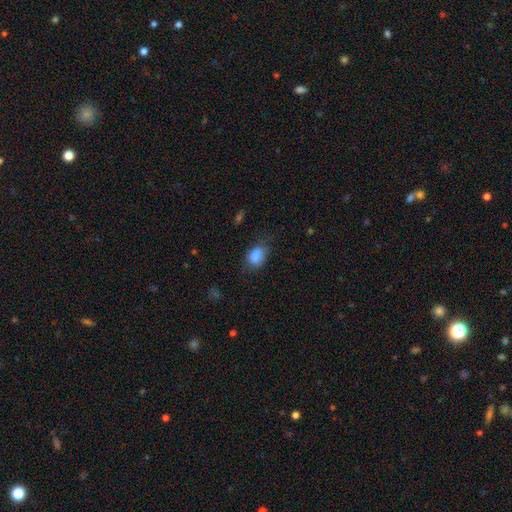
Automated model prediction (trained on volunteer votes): Smooth or featured: smooth — 82% (featured or disk — 9%)
How rounded: in between — 76% (round — 22%)
Merging: none — 57% (minor disturbance — 28%)